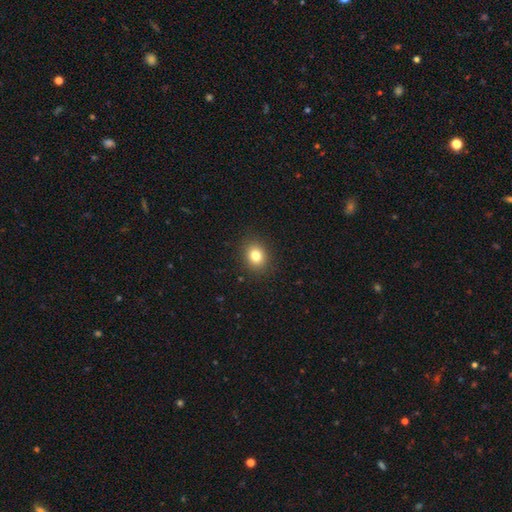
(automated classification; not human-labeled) smooth 80%, star or artifact 12%, featured or disk 8%. Down the decision tree: how rounded — round (66%); merging — none (90%).